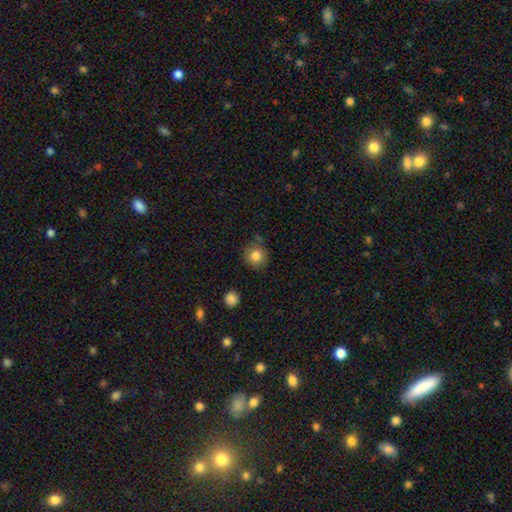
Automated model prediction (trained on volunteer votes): smooth-or-featured: smooth: 83% | star or artifact: 10% | featured or disk: 7%
  how-rounded: round: 90% | in between: 9% | cigar-shaped: 1%
  merging: none: 80% | minor disturbance: 13% | merger: 4% | major disturbance: 3%